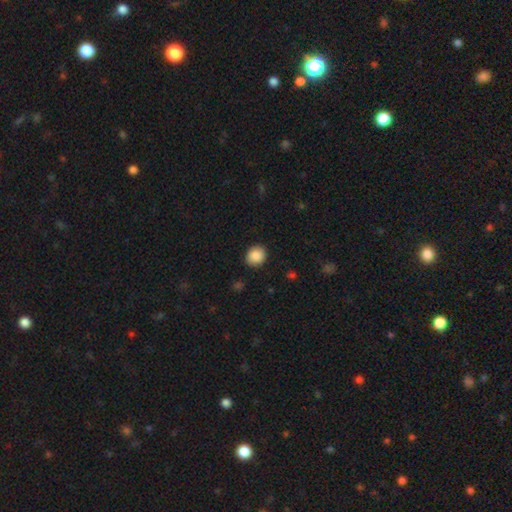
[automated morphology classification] Smooth or featured: smooth — 89% (star or artifact — 8%)
How rounded: round — 81% (in between — 18%)
Merging: none — 89% (minor disturbance — 7%)